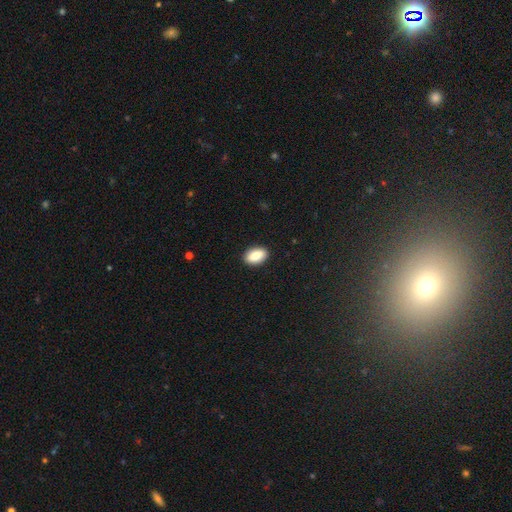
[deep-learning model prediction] Smooth or featured?
  - smooth: 84% *
  - featured or disk: 9%
  - star or artifact: 7%
How rounded?
  - in between: 90% *
  - round: 8%
  - cigar-shaped: 2%
Merging?
  - none: 90% *
  - minor disturbance: 7%
  - major disturbance: 2%
  - merger: 1%